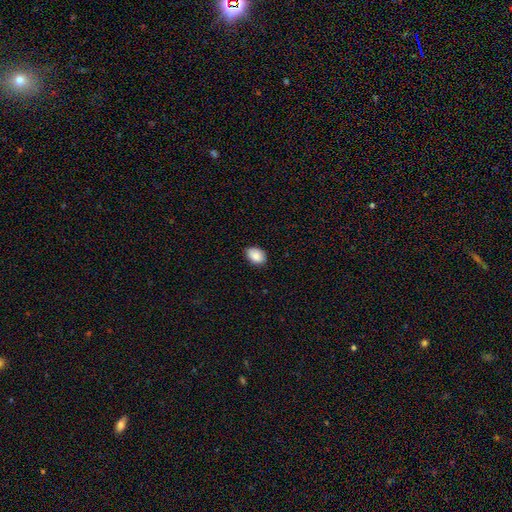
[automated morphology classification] Q: Smooth or featured?
A: smooth (89%); runner-up: star or artifact (7%)
Q: How rounded?
A: in between (80%); runner-up: round (18%)
Q: Merging?
A: none (84%); runner-up: minor disturbance (13%)